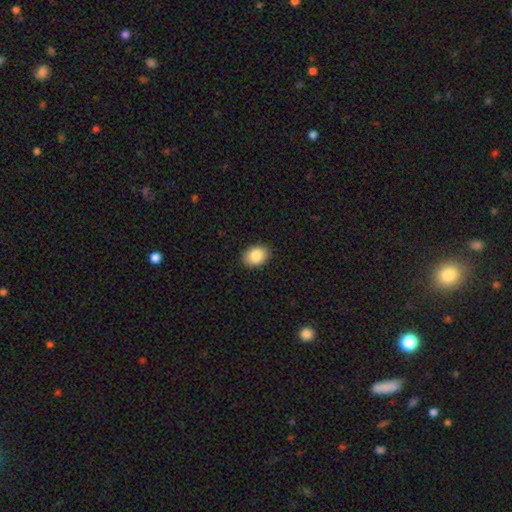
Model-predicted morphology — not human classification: smooth_or_featured: smooth (p=0.86) [alt: star or artifact p=0.08]
how_rounded: in between (p=0.70) [alt: round p=0.29]
merging: none (p=0.90) [alt: minor disturbance p=0.08]